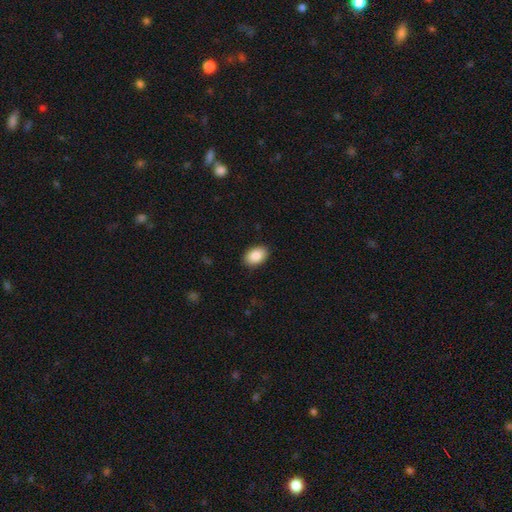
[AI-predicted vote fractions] A smooth galaxy with no disk features (88%) that is in between round and cigar-shaped (86%).

Vote fractions:
- Smooth or featured? smooth: 88% / star or artifact: 7% / featured or disk: 5%
- How rounded? in between: 86% / round: 13% / cigar-shaped: 1%
- Merging? none: 89% / minor disturbance: 8% / major disturbance: 2% / merger: 1%